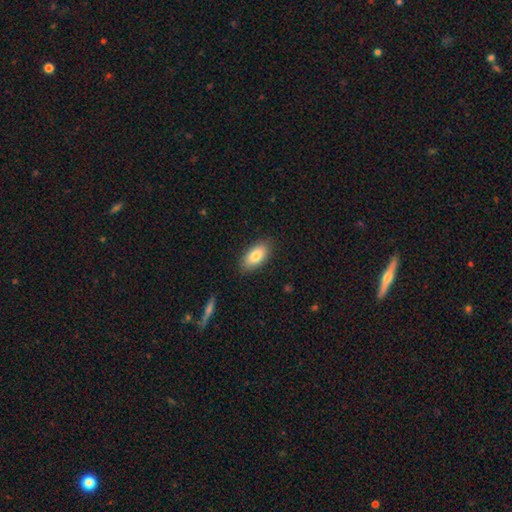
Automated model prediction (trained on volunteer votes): Smooth or featured?
  - smooth: 83% *
  - featured or disk: 11%
  - star or artifact: 6%
How rounded?
  - in between: 91% *
  - cigar-shaped: 6%
  - round: 3%
Merging?
  - none: 86% *
  - minor disturbance: 11%
  - major disturbance: 2%
  - merger: 1%